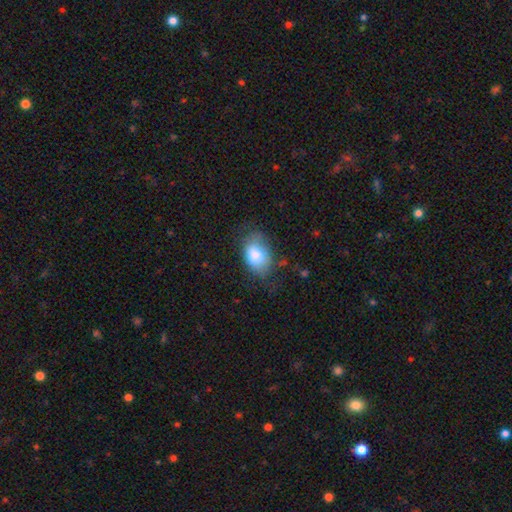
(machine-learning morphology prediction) Smooth or featured: smooth — 80% (featured or disk — 12%)
How rounded: in between — 85% (round — 14%)
Merging: none — 58% (minor disturbance — 28%)